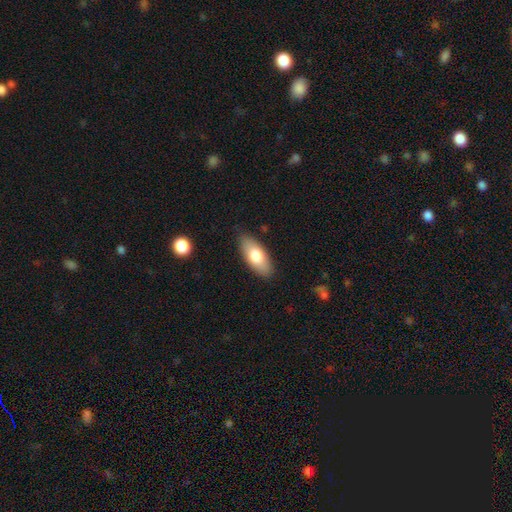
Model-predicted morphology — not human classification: This is likely a smooth galaxy (75%). How rounded: clearly in between (85%). Merging: clearly none (85%).